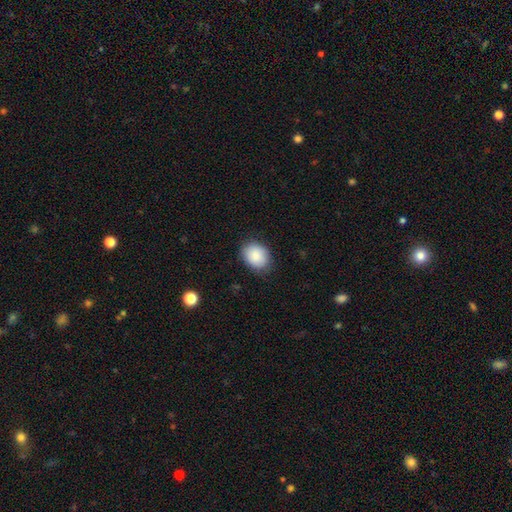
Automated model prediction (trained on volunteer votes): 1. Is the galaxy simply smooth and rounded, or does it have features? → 87% smooth, 7% star or artifact, 6% featured or disk.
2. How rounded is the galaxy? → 53% in between, 46% round, 1% cigar-shaped.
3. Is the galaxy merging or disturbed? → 83% none, 13% minor disturbance, 3% major disturbance, 1% merger.